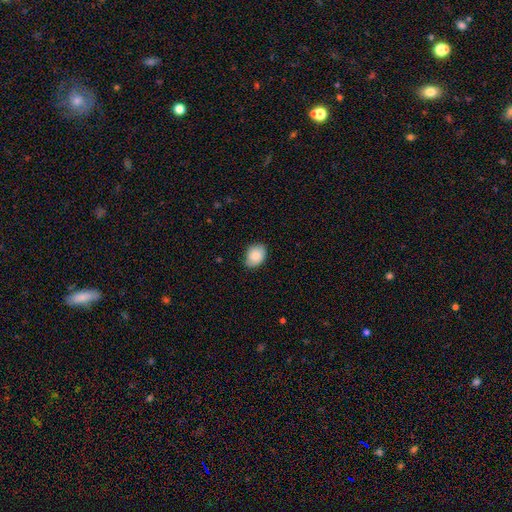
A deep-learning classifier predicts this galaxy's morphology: type=smooth (84%); roundness=in between (69%); merging=none (79%).